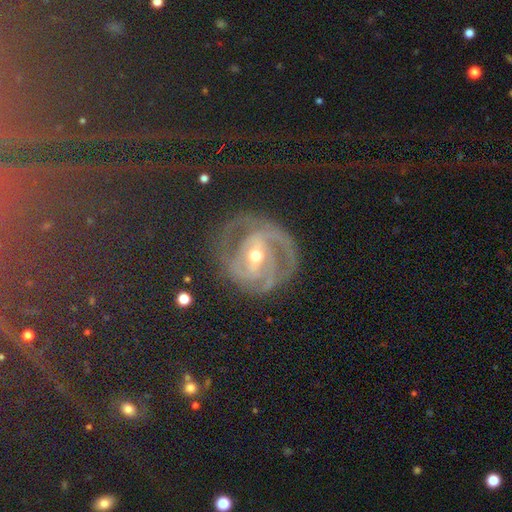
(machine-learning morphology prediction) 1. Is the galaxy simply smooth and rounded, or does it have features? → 77% featured or disk, 14% star or artifact, 9% smooth.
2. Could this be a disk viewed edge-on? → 95% no, 5% yes.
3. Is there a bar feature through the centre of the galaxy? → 39% weak, 37% strong, 24% no.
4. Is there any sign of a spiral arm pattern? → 88% yes, 12% no.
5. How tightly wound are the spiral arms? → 54% tight, 35% medium, 12% loose.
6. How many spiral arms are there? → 42% 2, 22% can't tell, 17% 3, 7% 1, 6% 4, 6% more than 4.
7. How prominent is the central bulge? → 63% moderate, 33% small, 2% large, 1% none, 1% dominant.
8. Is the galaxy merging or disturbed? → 67% none, 18% minor disturbance, 13% major disturbance, 2% merger.